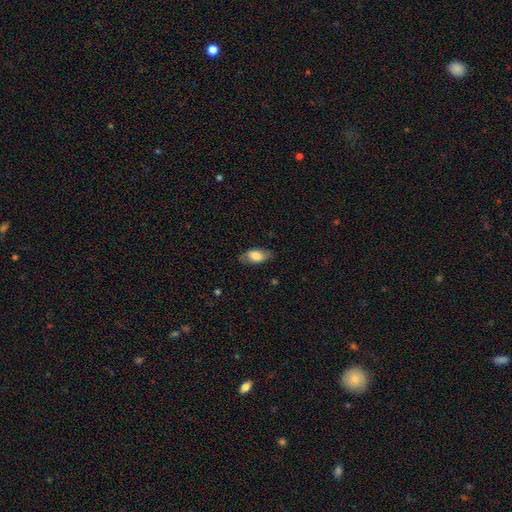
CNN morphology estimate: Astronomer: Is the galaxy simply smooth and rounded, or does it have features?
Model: smooth — 78%.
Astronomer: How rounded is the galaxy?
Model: in between — 90%.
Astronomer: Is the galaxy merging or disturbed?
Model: none — 76%.